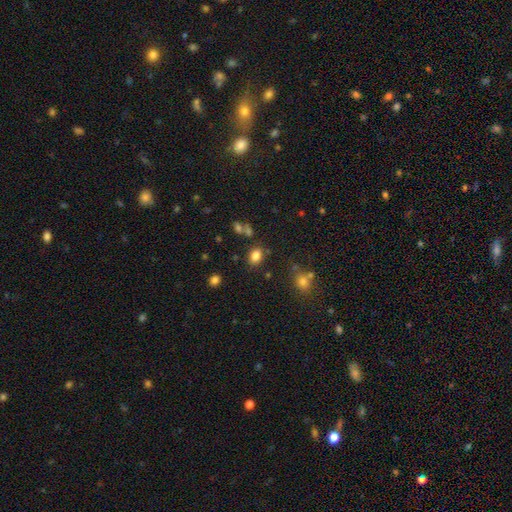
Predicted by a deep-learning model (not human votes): This is clearly a smooth galaxy (81%). How rounded: likely in between (73%). Merging: likely none (76%).